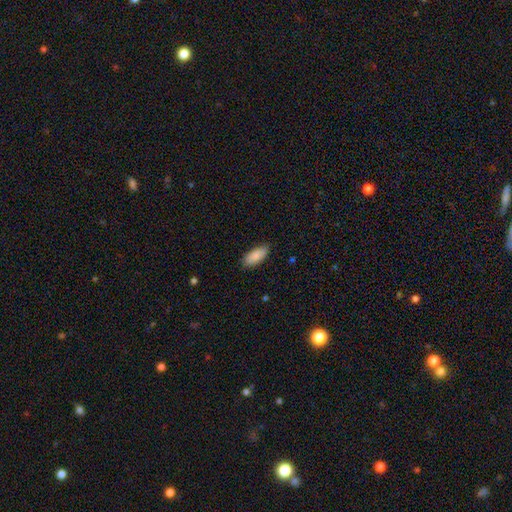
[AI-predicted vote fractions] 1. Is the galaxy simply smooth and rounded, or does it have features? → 88% smooth, 6% star or artifact, 6% featured or disk.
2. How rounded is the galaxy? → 83% in between, 15% cigar-shaped, 2% round.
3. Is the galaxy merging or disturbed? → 83% none, 14% minor disturbance, 2% major disturbance, 1% merger.